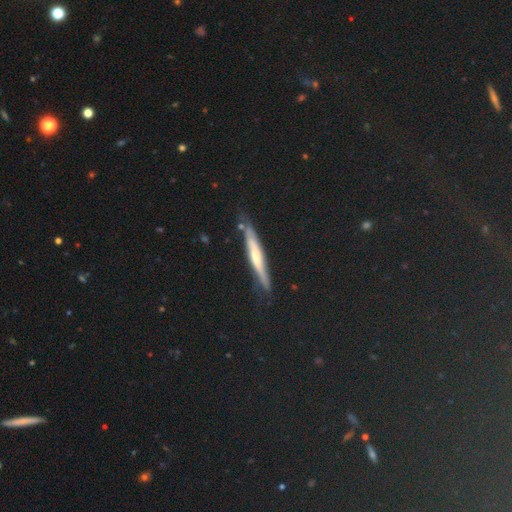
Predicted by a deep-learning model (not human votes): Overall: featured or disk (50%; smooth 33%). Edge-on disk: yes (87%). Merging: none (78%).